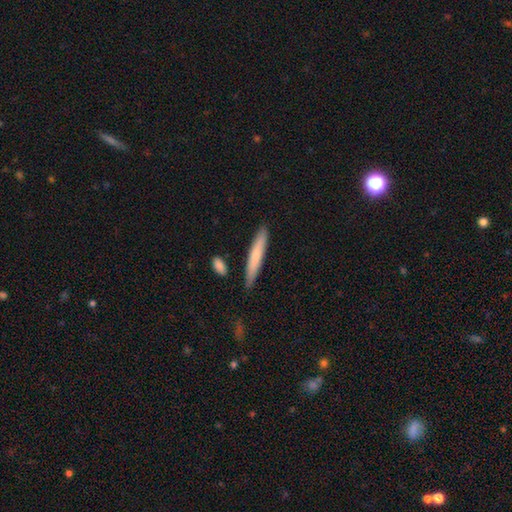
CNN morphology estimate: The model was most divided on "smooth or featured": smooth: 71%, featured or disk: 23%, star or artifact: 6%. More confident: how rounded — cigar-shaped (94%); merging — none (85%).